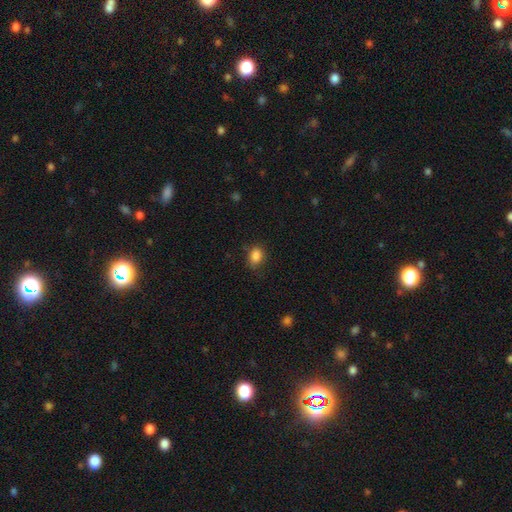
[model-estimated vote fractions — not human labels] Overall: smooth (86%). How rounded: in between (64%; round 35%). Merging: none (75%).